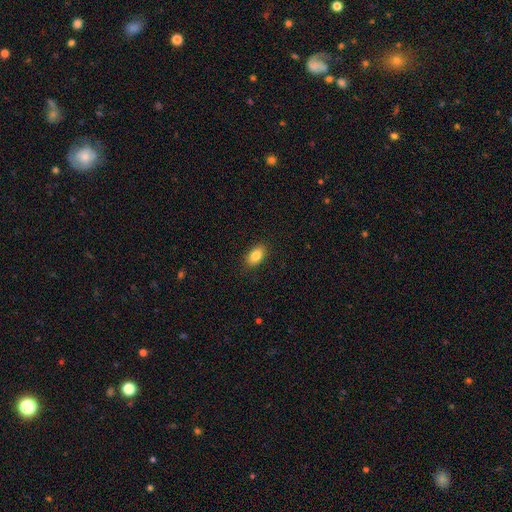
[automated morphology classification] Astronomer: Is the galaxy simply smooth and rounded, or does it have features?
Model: smooth — 85%.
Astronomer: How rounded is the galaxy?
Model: in between — 90%.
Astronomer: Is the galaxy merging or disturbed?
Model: none — 88%.